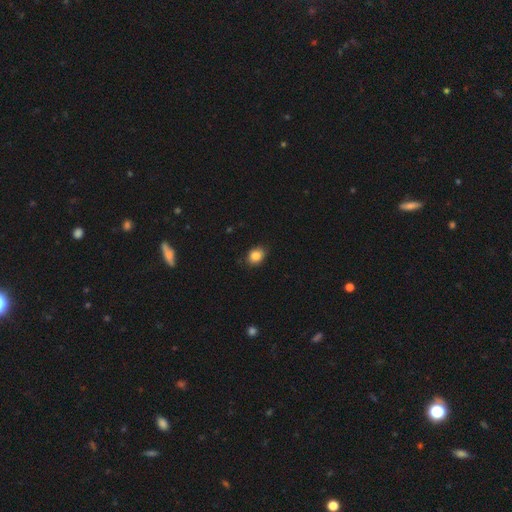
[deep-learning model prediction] Smooth or featured: smooth — 84% (star or artifact — 9%)
How rounded: in between — 50% (round — 49%)
Merging: none — 84% (minor disturbance — 13%)